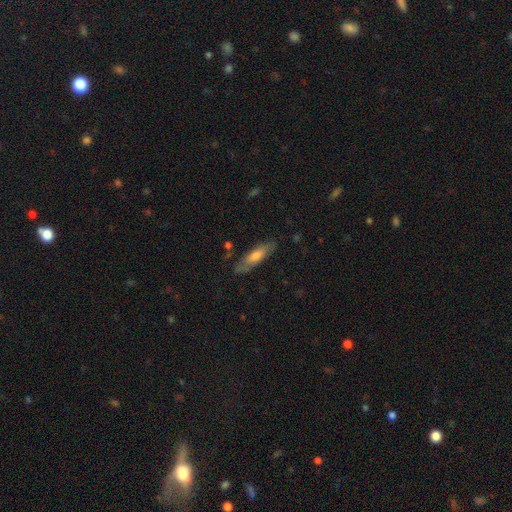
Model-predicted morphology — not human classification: Smooth or featured? Predicted: smooth (p=0.58). How rounded? Predicted: cigar-shaped (p=0.63). Merging? Predicted: none (p=0.79).